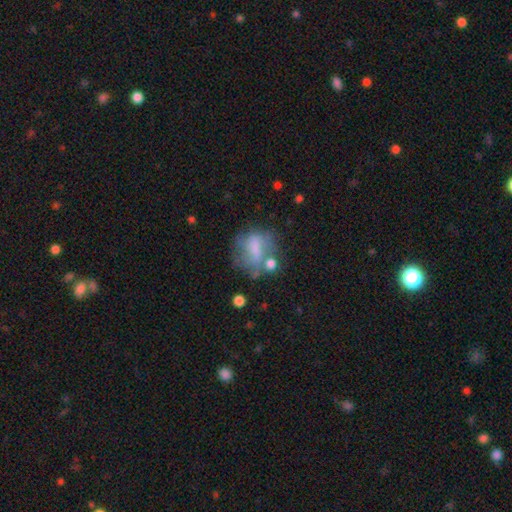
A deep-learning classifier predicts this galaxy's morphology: type=smooth (53%); roundness=in between (53%); merging=none (39%).